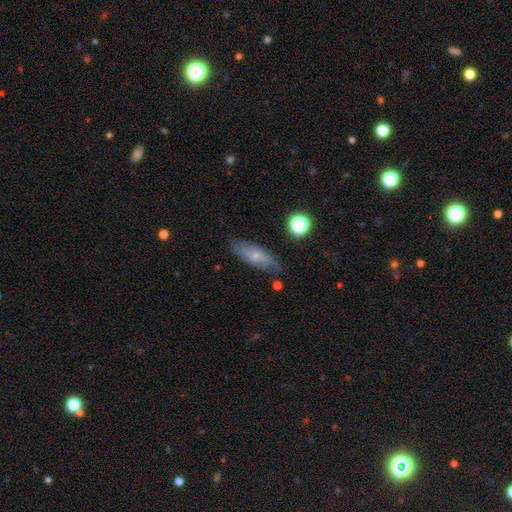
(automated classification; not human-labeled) This is possibly a featured or disk galaxy (47%). Merging: likely none (73%).